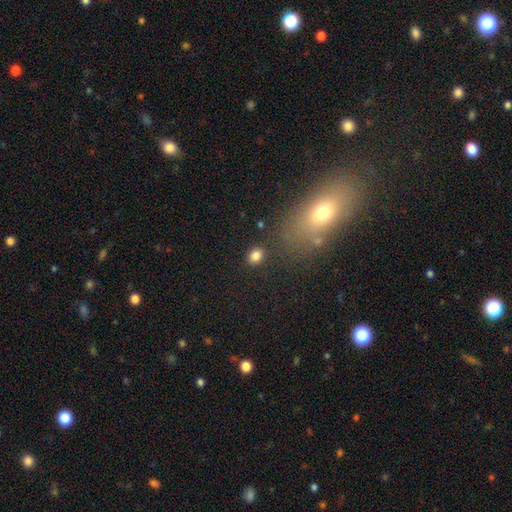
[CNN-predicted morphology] Smooth or featured? smooth (83%)
How rounded? round (50%)
Merging? none (85%)